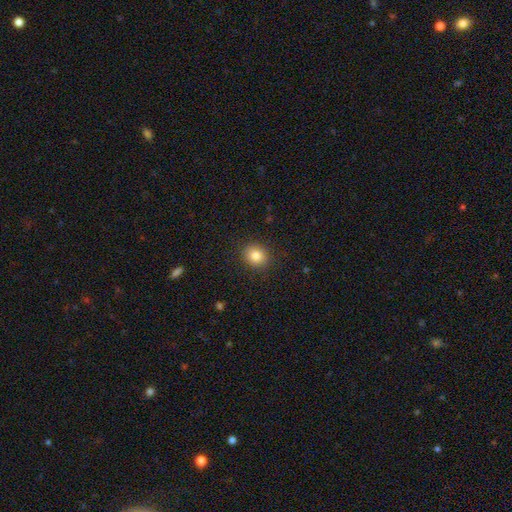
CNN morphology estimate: smooth 85%, star or artifact 10%, featured or disk 6%. Down the decision tree: how rounded — round (72%); merging — none (88%).